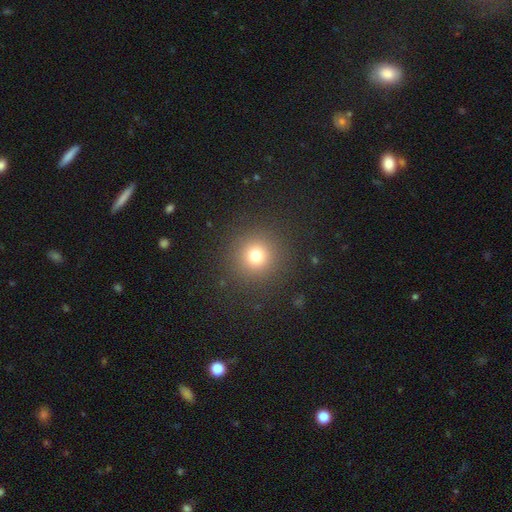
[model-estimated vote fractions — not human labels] smooth 74%, star or artifact 18%, featured or disk 8%. Down the decision tree: how rounded — round (95%); merging — none (89%).